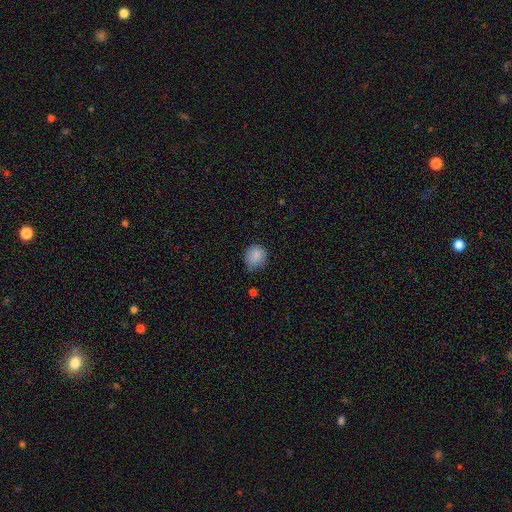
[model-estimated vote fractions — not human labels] This is clearly a smooth galaxy (86%). How rounded: clearly round (85%). Merging: likely none (70%).